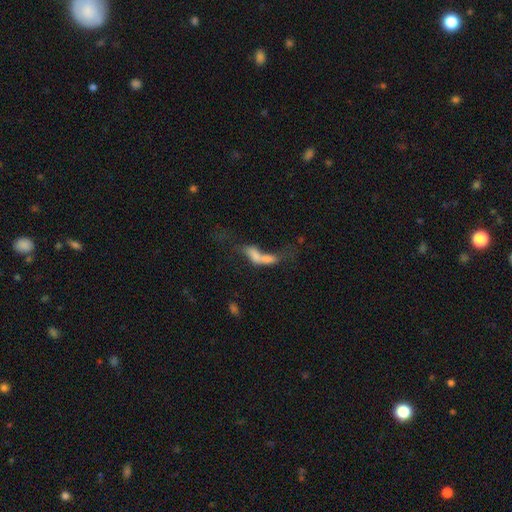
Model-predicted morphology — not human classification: The model was most divided on "smooth or featured": smooth: 50%, featured or disk: 37%, star or artifact: 13%. More confident: merging — merger (67%).